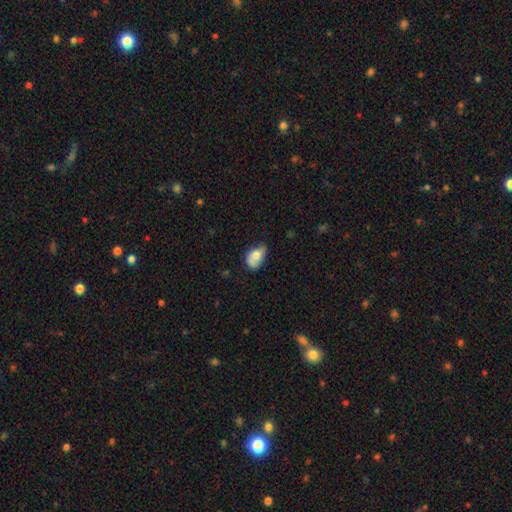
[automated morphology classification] The model was most divided on "merging": minor disturbance: 38%, none: 37%, major disturbance: 17%, merger: 7%. More confident: how rounded — in between (80%); smooth or featured — smooth (63%).